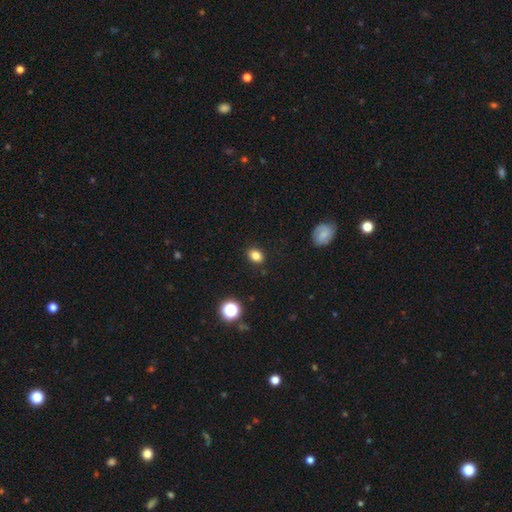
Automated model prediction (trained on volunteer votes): smooth_or_featured: smooth (p=0.82) [alt: star or artifact p=0.12]
how_rounded: in between (p=0.65) [alt: round p=0.34]
merging: none (p=0.88) [alt: minor disturbance p=0.09]